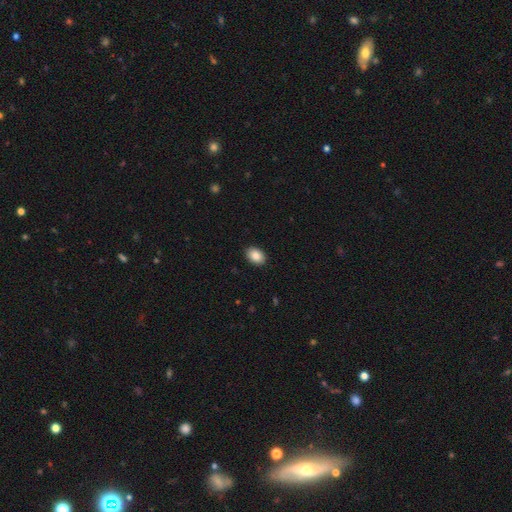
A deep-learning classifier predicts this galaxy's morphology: Smooth or featured?
  - smooth: 88% *
  - star or artifact: 8%
  - featured or disk: 4%
How rounded?
  - in between: 77% *
  - round: 22%
  - cigar-shaped: 1%
Merging?
  - none: 90% *
  - minor disturbance: 7%
  - major disturbance: 2%
  - merger: 1%